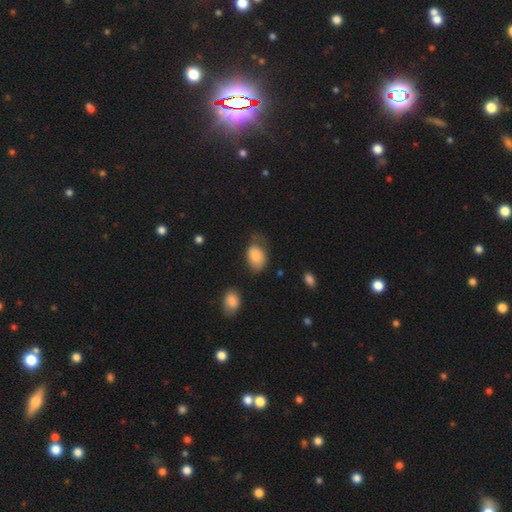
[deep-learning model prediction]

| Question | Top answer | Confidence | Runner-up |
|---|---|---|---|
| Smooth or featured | smooth | 81% | featured or disk (12%) |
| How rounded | in between | 84% | round (15%) |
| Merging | none | 46% | minor disturbance (34%) |